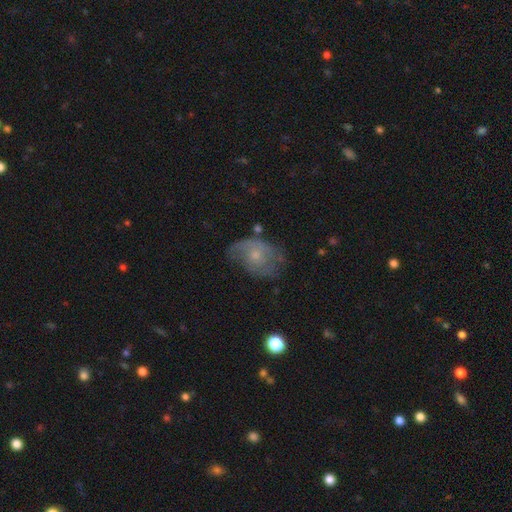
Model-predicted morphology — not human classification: Smooth or featured? featured or disk (61%)
Edge-on disk? no (96%)
Bar? no (81%)
Spiral arms? yes (75%)
Bulge size? small (58%)
Merging? none (49%)